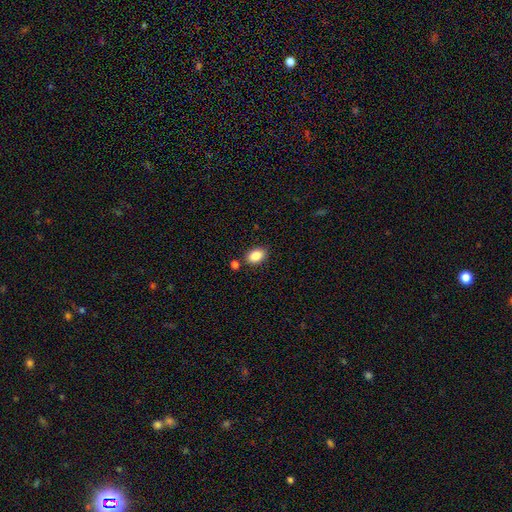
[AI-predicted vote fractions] smooth 86%, star or artifact 8%, featured or disk 5%. Down the decision tree: how rounded — in between (81%); merging — none (81%).